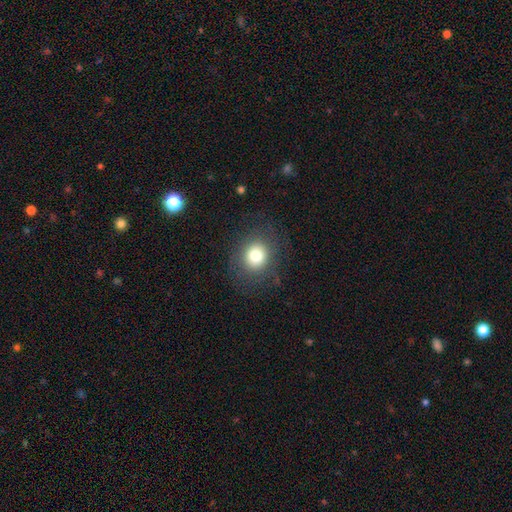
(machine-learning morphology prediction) A smooth galaxy with no disk features (76%) that is round (74%). Merging: none (82%).